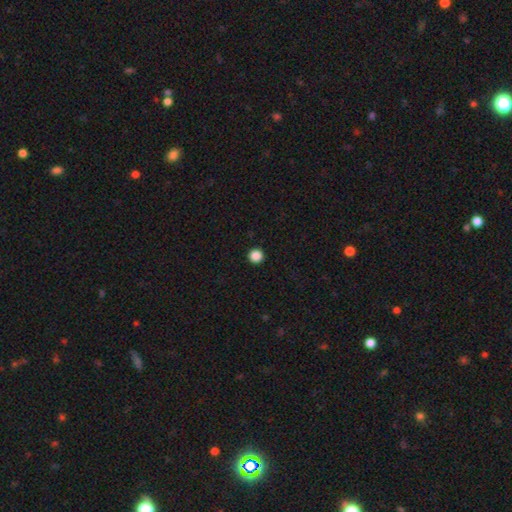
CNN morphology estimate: smooth-or-featured: smooth: 87% | star or artifact: 11% | featured or disk: 2%
  how-rounded: round: 96% | in between: 3% | cigar-shaped: 1%
  merging: none: 94% | minor disturbance: 3% | major disturbance: 1% | merger: 1%